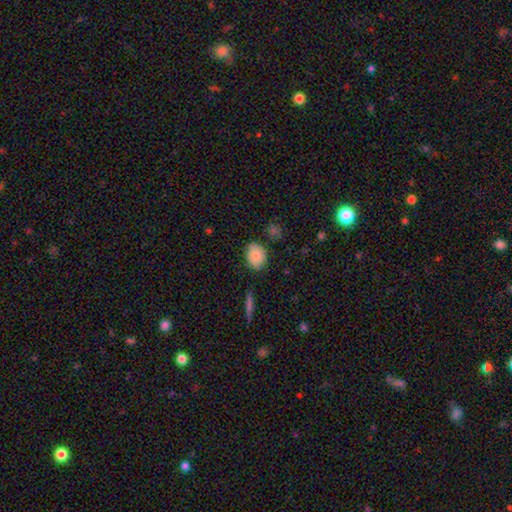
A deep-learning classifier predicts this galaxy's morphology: This appears to be a smooth galaxy with no disk features (81%) that is in between round and cigar-shaped (60%). Merging: none (74%).